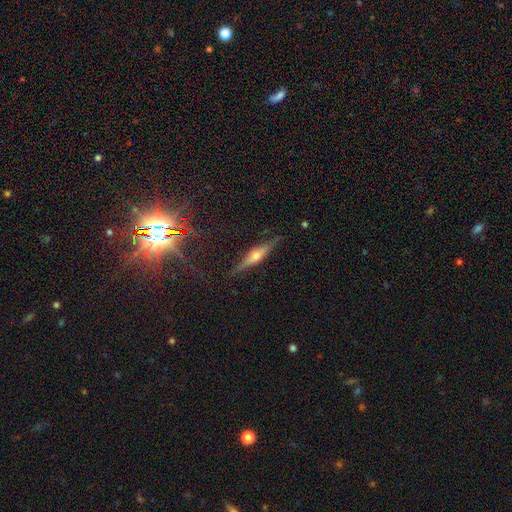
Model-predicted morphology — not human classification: A featured or disk galaxy (73%) viewed edge-on (97%) with a rounded central bulge (87%).

Vote fractions:
- Smooth or featured? featured or disk: 73% / smooth: 18% / star or artifact: 9%
- Edge-on disk? yes: 97% / no: 3%
- Edge-on bulge? rounded: 87% / boxy: 9% / none: 4%
- Merging? none: 87% / minor disturbance: 10% / major disturbance: 2% / merger: 1%